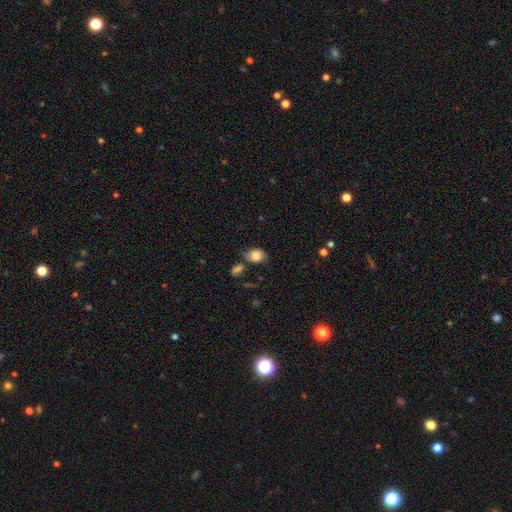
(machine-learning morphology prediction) Smooth or featured?
  - smooth: 76% *
  - featured or disk: 15%
  - star or artifact: 9%
How rounded?
  - in between: 59% *
  - round: 40%
  - cigar-shaped: 1%
Merging?
  - none: 51% *
  - minor disturbance: 28%
  - merger: 12%
  - major disturbance: 10%